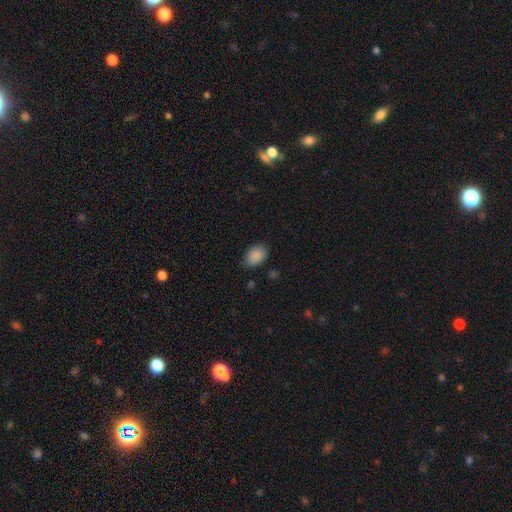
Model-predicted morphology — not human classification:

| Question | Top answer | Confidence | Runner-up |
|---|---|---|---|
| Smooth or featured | smooth | 88% | star or artifact (7%) |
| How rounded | in between | 87% | round (12%) |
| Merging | none | 68% | minor disturbance (26%) |